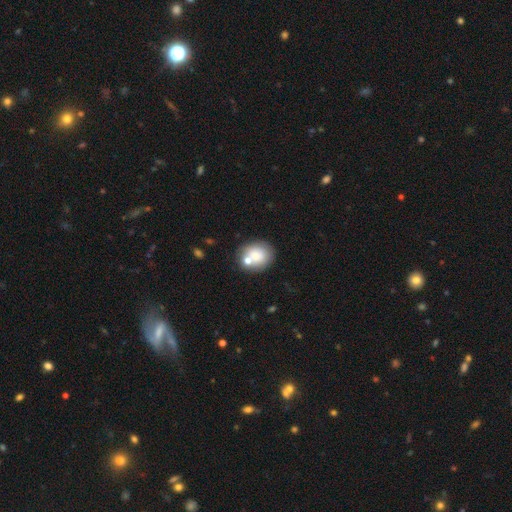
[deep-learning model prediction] The model was most divided on "how rounded": round: 59%, in between: 40%, cigar-shaped: 1%. More confident: smooth or featured — smooth (75%); merging — none (58%).